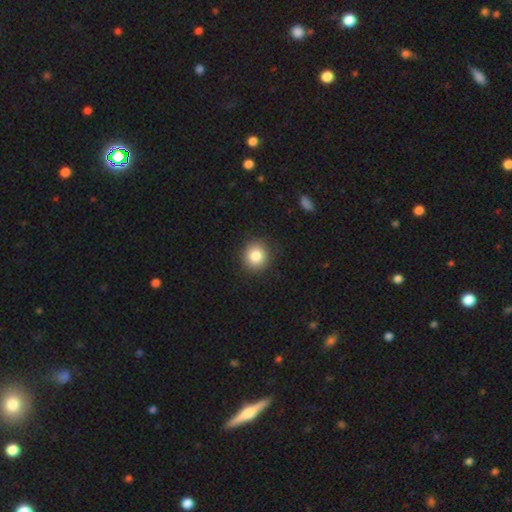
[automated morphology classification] smooth-or-featured: smooth: 84% | star or artifact: 9% | featured or disk: 7%
  how-rounded: round: 88% | in between: 11% | cigar-shaped: 1%
  merging: none: 90% | minor disturbance: 7% | major disturbance: 2% | merger: 1%